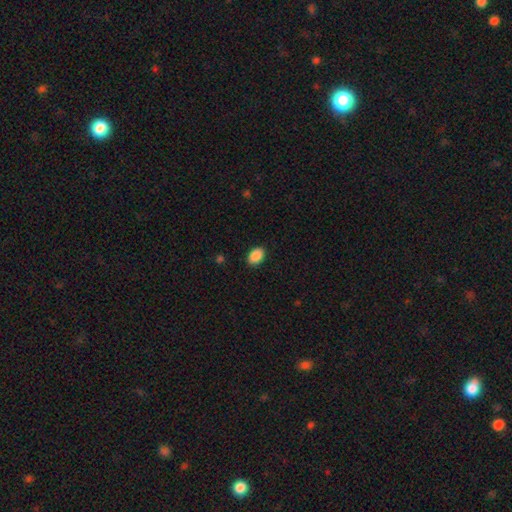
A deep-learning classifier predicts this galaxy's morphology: Overall: smooth (90%). How rounded: in between (83%). Merging: none (89%).